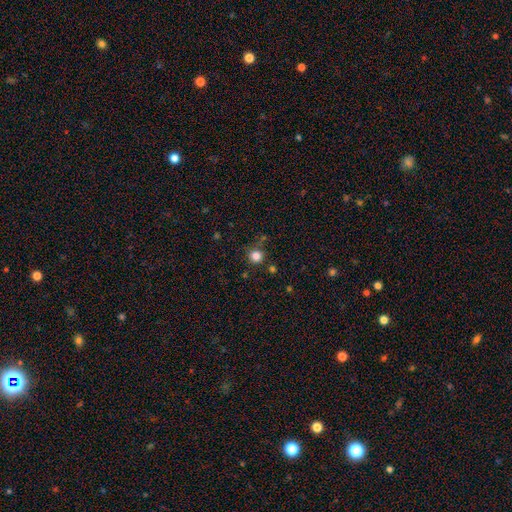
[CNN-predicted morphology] The model was most divided on "smooth or featured": smooth: 82%, star or artifact: 13%, featured or disk: 5%. More confident: how rounded — round (94%); merging — none (81%).